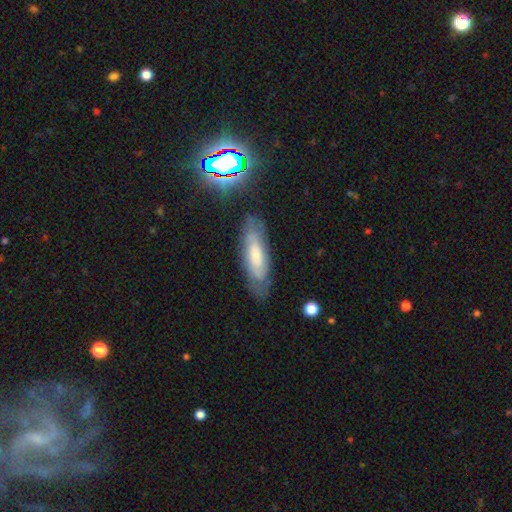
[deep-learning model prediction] featured or disk 46%, smooth 44%, star or artifact 10%. Down the decision tree: merging — none (73%).